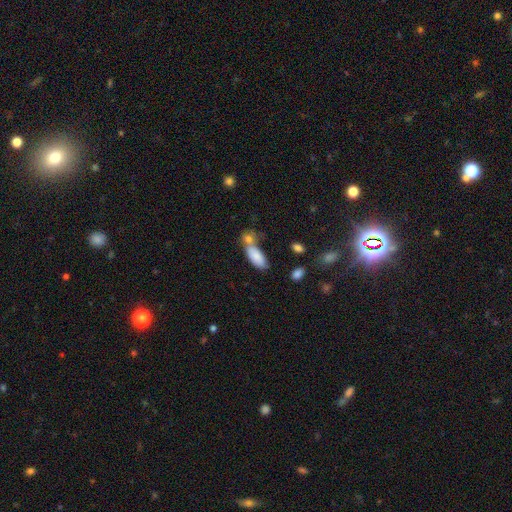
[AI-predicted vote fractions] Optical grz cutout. It shows a smooth galaxy with no disk features (84%) that is in between round and cigar-shaped (81%). Merging: none (43%).